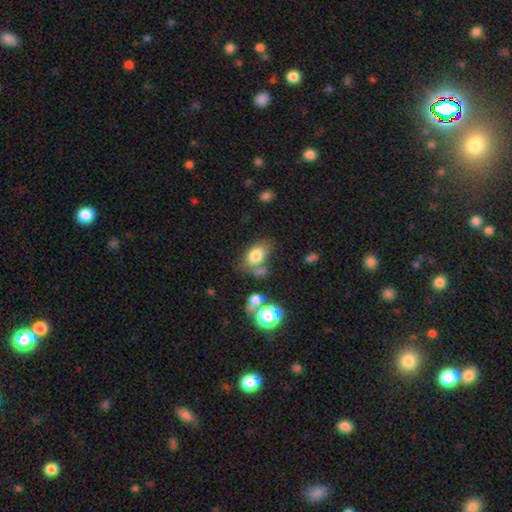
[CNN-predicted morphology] Smooth or featured: smooth — 78% (featured or disk — 11%)
How rounded: in between — 81% (round — 17%)
Merging: none — 48% (merger — 22%)